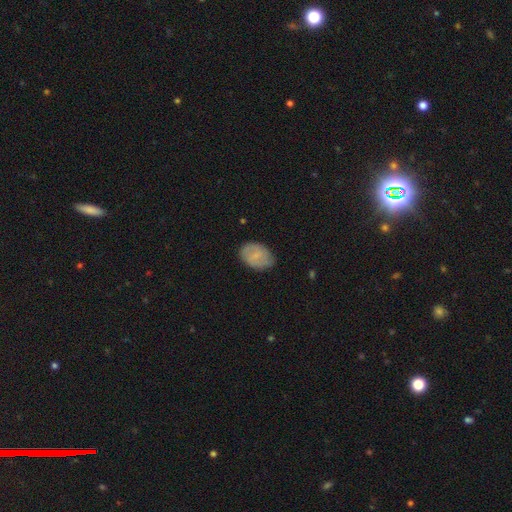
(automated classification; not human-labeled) A smooth galaxy with no disk features (62%) that is in between round and cigar-shaped (81%).

Vote fractions:
- Smooth or featured? smooth: 62% / featured or disk: 30% / star or artifact: 7%
- How rounded? in between: 81% / round: 18% / cigar-shaped: 1%
- Merging? none: 72% / minor disturbance: 23% / major disturbance: 4% / merger: 1%